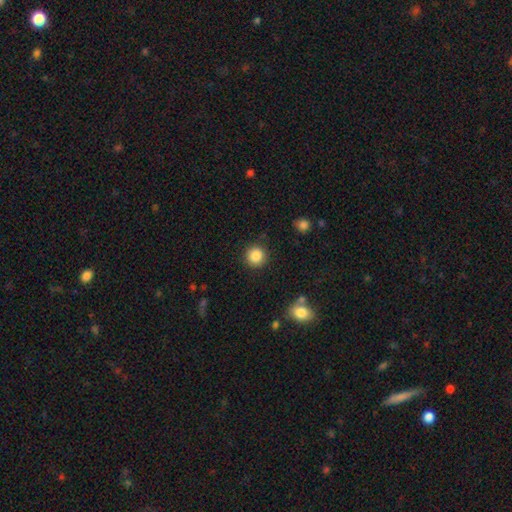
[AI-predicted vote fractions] smooth_or_featured: smooth (p=0.86) [alt: star or artifact p=0.10]
how_rounded: round (p=0.94) [alt: in between p=0.05]
merging: none (p=0.90) [alt: minor disturbance p=0.07]